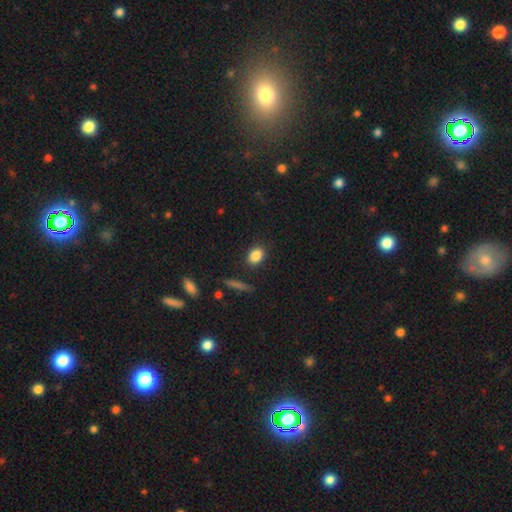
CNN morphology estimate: Smooth or featured?
  - smooth: 85% *
  - star or artifact: 9%
  - featured or disk: 5%
How rounded?
  - in between: 63% *
  - round: 34%
  - cigar-shaped: 3%
Merging?
  - none: 87% *
  - minor disturbance: 9%
  - major disturbance: 2%
  - merger: 2%